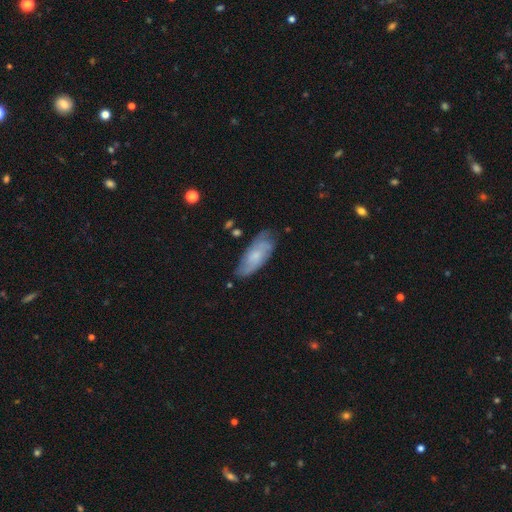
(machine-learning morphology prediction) Smooth or featured: smooth — 49% (featured or disk — 45%)
Merging: none — 67% (minor disturbance — 25%)